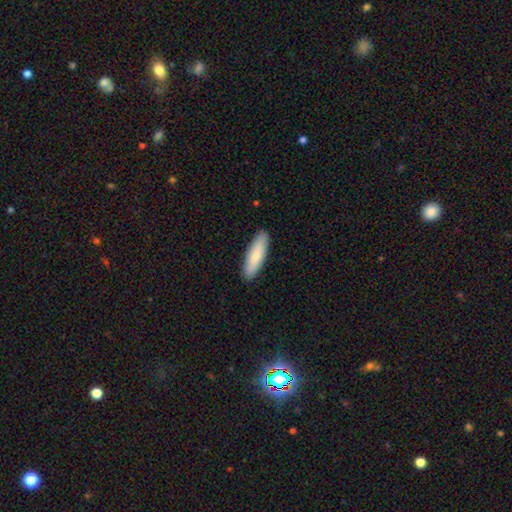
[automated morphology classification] This appears to be a smooth galaxy with no disk features (81%) that is cigar-shaped (65%). Merging: none (91%).